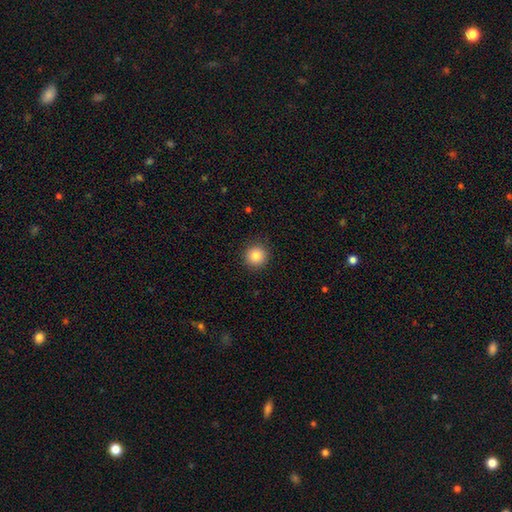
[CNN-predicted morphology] Q: Smooth or featured?
A: smooth (84%); runner-up: star or artifact (10%)
Q: How rounded?
A: round (94%); runner-up: in between (5%)
Q: Merging?
A: none (91%); runner-up: minor disturbance (6%)